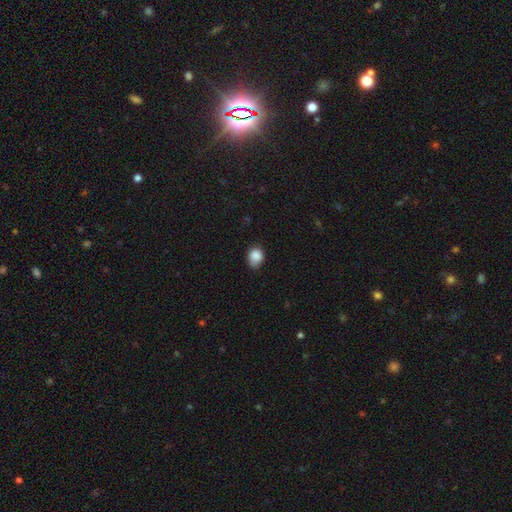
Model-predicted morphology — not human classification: Overall: smooth (86%). How rounded: in between (53%; round 46%). Merging: none (57%; minor disturbance 35%).